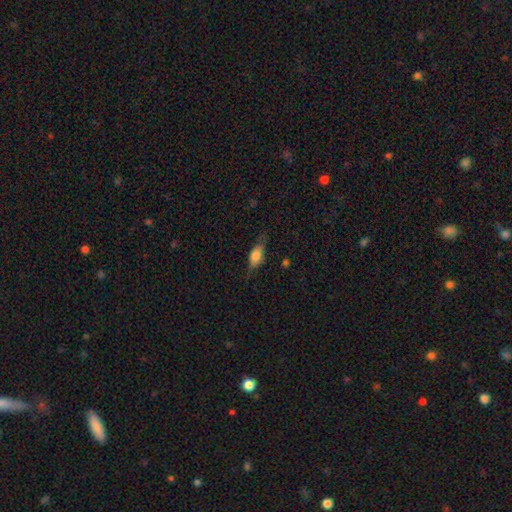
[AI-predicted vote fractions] The model was most divided on "smooth or featured": smooth: 60%, featured or disk: 32%, star or artifact: 8%. More confident: how rounded — in between (73%); merging — none (68%).